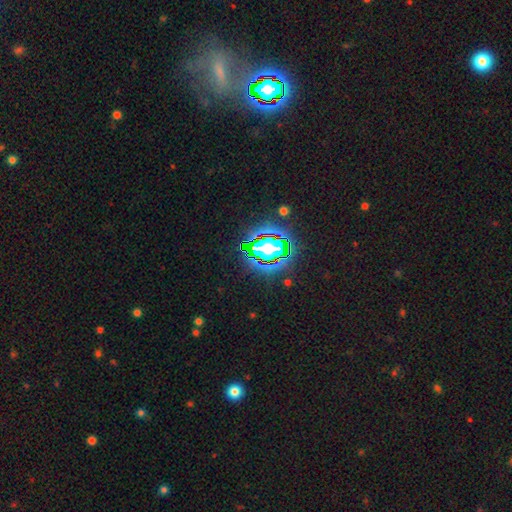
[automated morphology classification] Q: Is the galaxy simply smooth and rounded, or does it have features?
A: star or artifact — 80%.